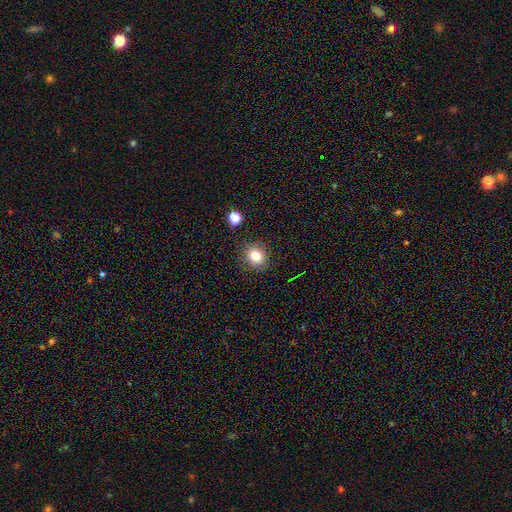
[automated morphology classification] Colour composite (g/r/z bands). It shows a smooth galaxy with no disk features (80%) that is round (74%). Merging: none (87%).